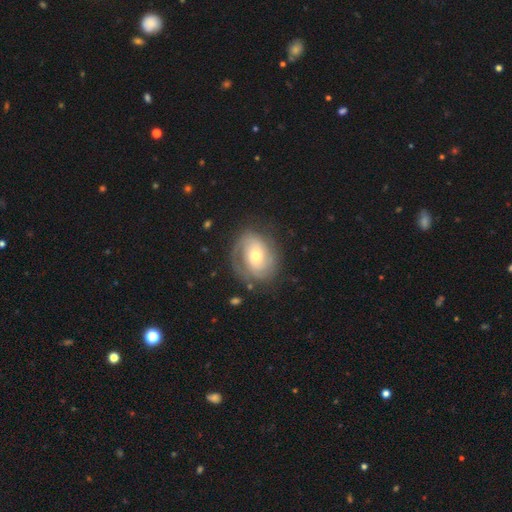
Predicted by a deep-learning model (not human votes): A featured or disk galaxy (71%) with no bar (68%), 2 (47%) tight (54%) spiral arms (86%) and a moderate central bulge (55%).

Vote fractions:
- Smooth or featured? featured or disk: 71% / smooth: 23% / star or artifact: 6%
- Edge-on disk? no: 96% / yes: 4%
- Bar? no: 68% / weak: 24% / strong: 7%
- Spiral arms? yes: 86% / no: 14%
- Spiral winding? tight: 54% / medium: 32% / loose: 15%
- Spiral arm count? 2: 47% / can't tell: 24% / 1: 17% / 3: 7% / 4: 2% / more than 4: 2%
- Bulge size? moderate: 55% / small: 39% / large: 5% / dominant: 1% / none: 1%
- Merging? none: 69% / minor disturbance: 19% / major disturbance: 11% / merger: 2%